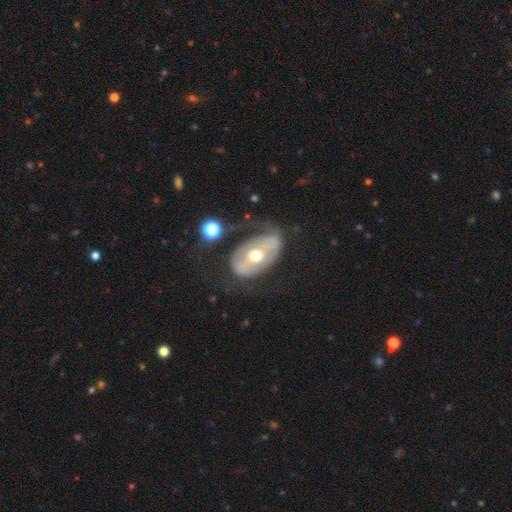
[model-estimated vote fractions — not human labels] This appears to be a featured or disk galaxy (63%) with no bar (55%), no spiral arms (61%) and a moderate central bulge (77%). Merging: none (54%).